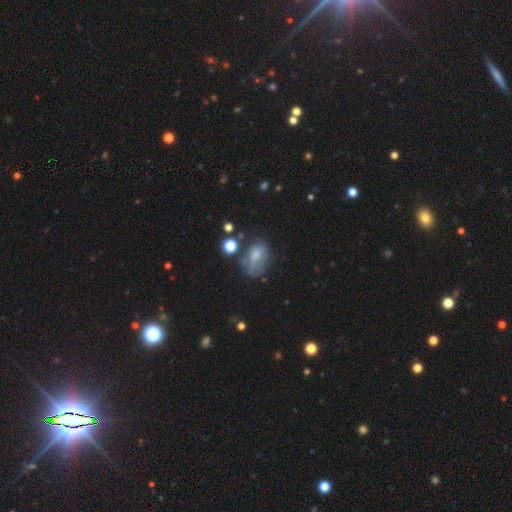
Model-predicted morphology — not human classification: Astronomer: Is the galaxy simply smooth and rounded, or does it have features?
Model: smooth — 65%.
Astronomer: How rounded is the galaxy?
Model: in between — 81%.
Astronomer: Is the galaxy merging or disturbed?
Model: none — 40% (runner-up: minor disturbance, 30%).